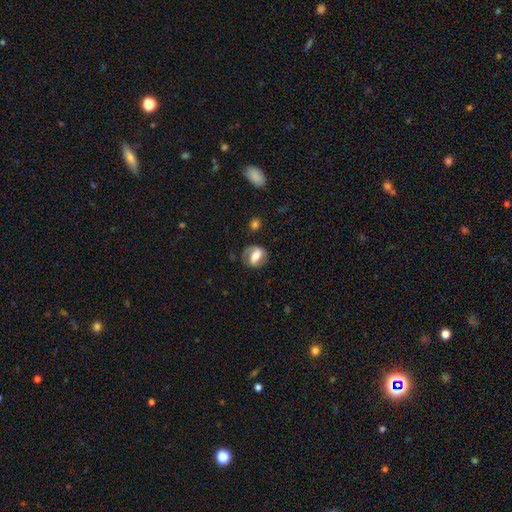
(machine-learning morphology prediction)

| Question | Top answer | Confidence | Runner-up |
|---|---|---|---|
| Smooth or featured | featured or disk | 49% | smooth (43%) |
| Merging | none | 66% | minor disturbance (21%) |